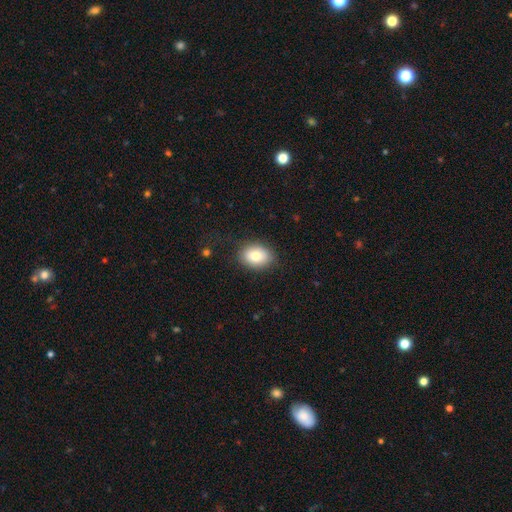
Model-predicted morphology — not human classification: type=smooth (81%); roundness=in between (73%); merging=none (83%).